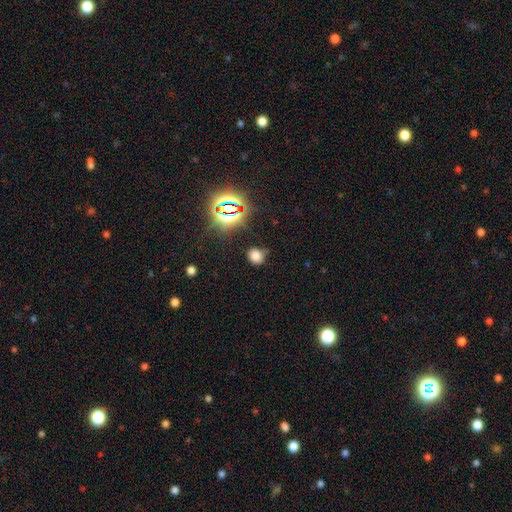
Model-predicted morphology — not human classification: The model was most divided on "how rounded": round: 66%, in between: 32%, cigar-shaped: 1%. More confident: merging — none (70%); smooth or featured — smooth (69%).